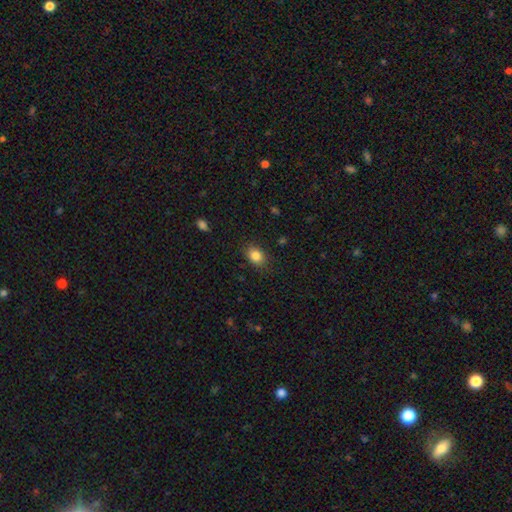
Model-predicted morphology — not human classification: smooth 84%, star or artifact 10%, featured or disk 6%. Down the decision tree: how rounded — in between (67%); merging — none (85%).